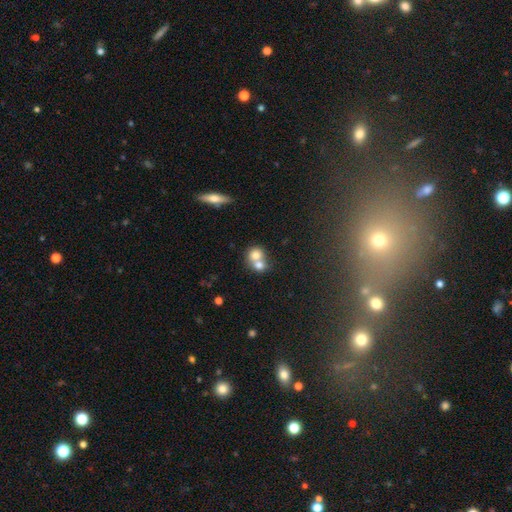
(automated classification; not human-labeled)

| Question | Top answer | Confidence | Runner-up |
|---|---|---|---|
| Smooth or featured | smooth | 72% | featured or disk (19%) |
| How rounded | round | 75% | in between (24%) |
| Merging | merger | 67% | none (26%) |